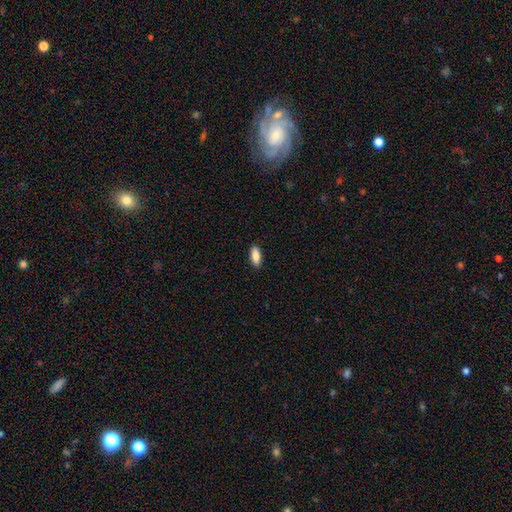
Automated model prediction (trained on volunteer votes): Smooth or featured? Predicted: smooth (p=0.84). How rounded? Predicted: in between (p=0.75). Merging? Predicted: none (p=0.90).